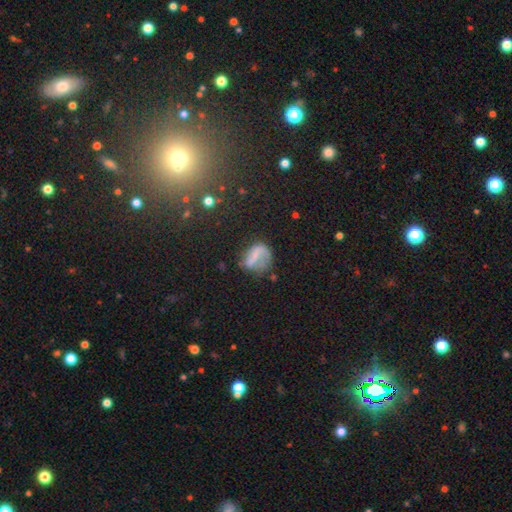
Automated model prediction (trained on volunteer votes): smooth-or-featured: featured or disk: 44% | smooth: 42% | star or artifact: 13%
  merging: none: 44% | major disturbance: 26% | minor disturbance: 25% | merger: 5%